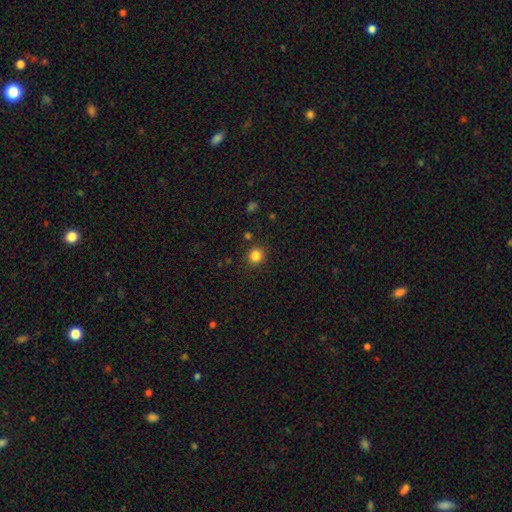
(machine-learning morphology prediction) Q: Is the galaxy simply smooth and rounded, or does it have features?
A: smooth — 84%.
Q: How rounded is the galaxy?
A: round — 86%.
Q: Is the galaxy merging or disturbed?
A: none — 86%.